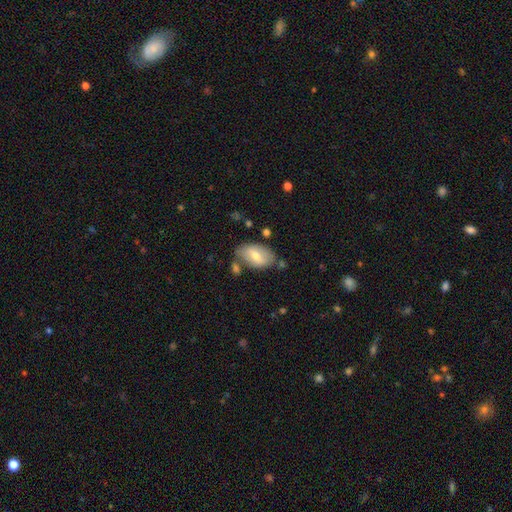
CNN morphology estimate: Overall: smooth (61%; featured or disk 33%). How rounded: in between (92%). Merging: none (67%).